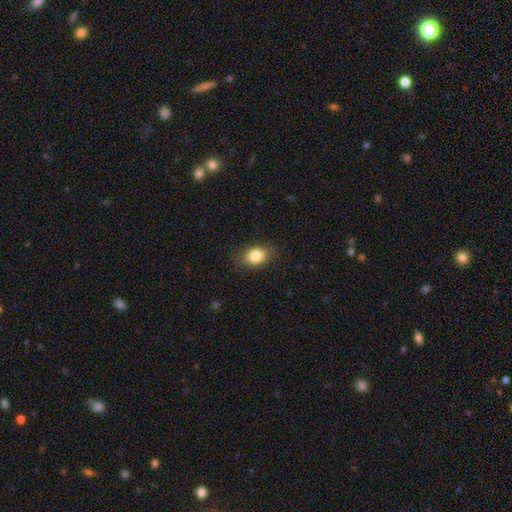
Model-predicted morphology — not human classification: smooth 83%, star or artifact 9%, featured or disk 8%. Down the decision tree: how rounded — in between (75%); merging — none (85%).